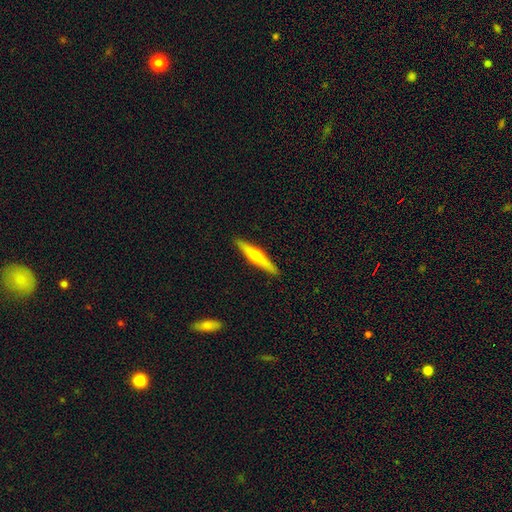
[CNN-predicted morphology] A featured or disk galaxy (54%) viewed edge-on (97%) with a rounded central bulge (86%).

Vote fractions:
- Smooth or featured? featured or disk: 54% / smooth: 41% / star or artifact: 5%
- Edge-on disk? yes: 97% / no: 3%
- Edge-on bulge? rounded: 86% / none: 9% / boxy: 5%
- Merging? none: 91% / minor disturbance: 6% / major disturbance: 1% / merger: 1%